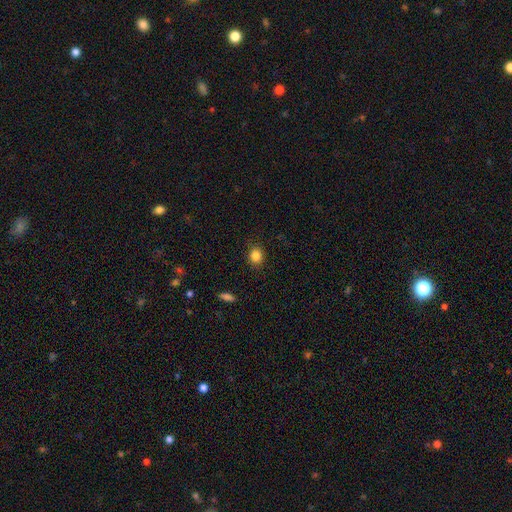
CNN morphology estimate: This is clearly a smooth galaxy (84%). How rounded: likely round (74%). Merging: clearly none (88%).